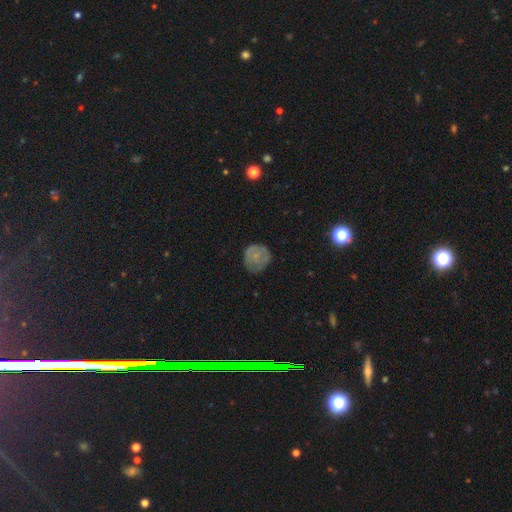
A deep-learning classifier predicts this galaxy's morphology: Smooth or featured? smooth (63%)
How rounded? round (86%)
Merging? none (67%)